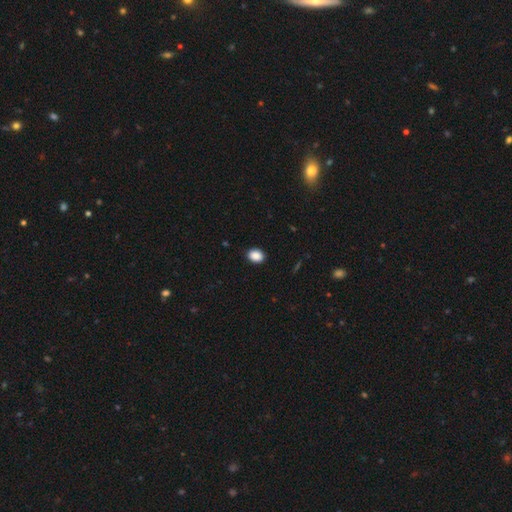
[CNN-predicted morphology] smooth_or_featured: smooth (p=0.89) [alt: star or artifact p=0.08]
how_rounded: in between (p=0.66) [alt: round p=0.33]
merging: none (p=0.90) [alt: minor disturbance p=0.08]